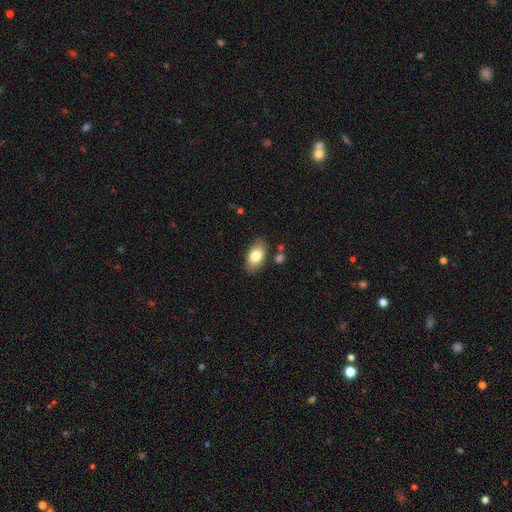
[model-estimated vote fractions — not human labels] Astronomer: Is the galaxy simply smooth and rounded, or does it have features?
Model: smooth — 79%.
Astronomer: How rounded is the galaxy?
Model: in between — 92%.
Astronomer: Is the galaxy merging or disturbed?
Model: none — 82%.